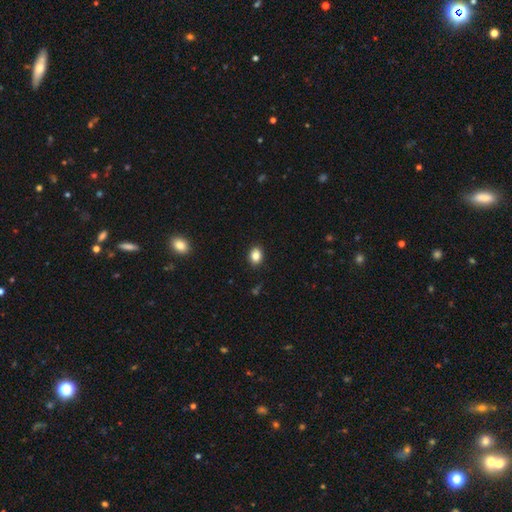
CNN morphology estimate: type=smooth (85%); roundness=in between (60%); merging=none (90%).